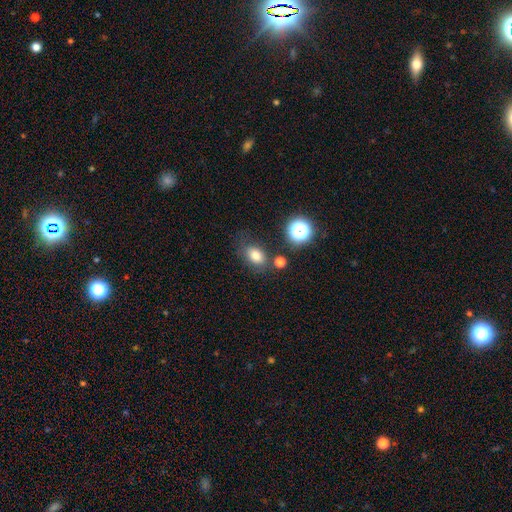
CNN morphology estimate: smooth-or-featured: smooth: 78% | star or artifact: 13% | featured or disk: 9%
  how-rounded: in between: 71% | round: 27% | cigar-shaped: 1%
  merging: none: 67% | minor disturbance: 17% | merger: 9% | major disturbance: 7%